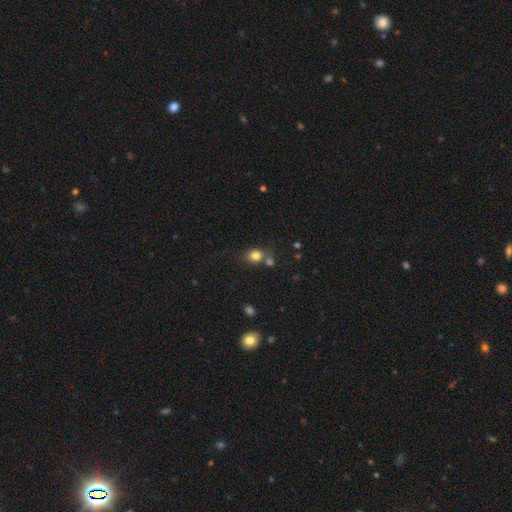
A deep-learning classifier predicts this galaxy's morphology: type=smooth (80%); roundness=round (68%); merging=none (61%).